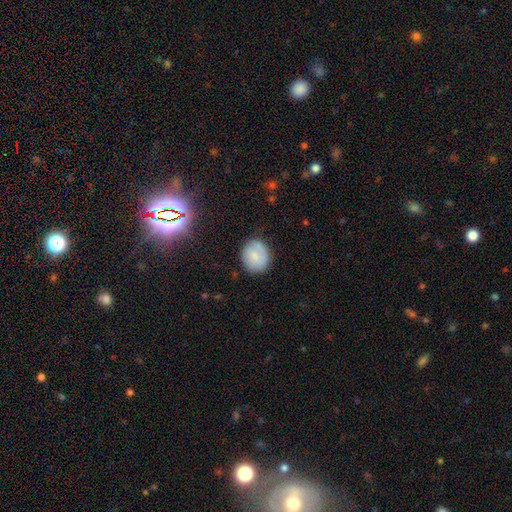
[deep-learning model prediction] Smooth or featured: smooth — 76% (featured or disk — 16%)
How rounded: round — 74% (in between — 26%)
Merging: none — 80% (minor disturbance — 15%)